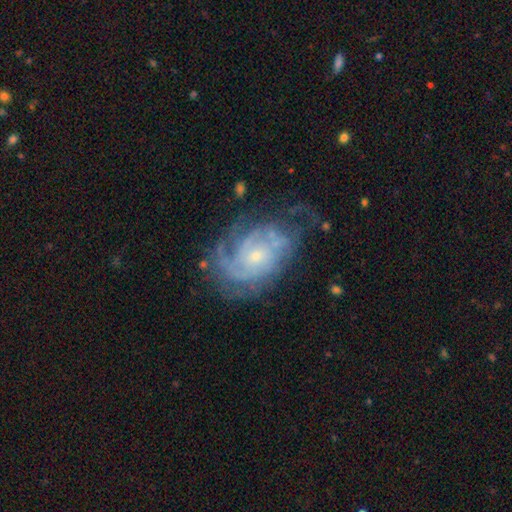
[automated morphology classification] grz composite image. It shows a featured or disk galaxy (85%) with no bar (73%), tight (61%) spiral arms (94%) and a small central bulge (67%). Merging: none (59%).